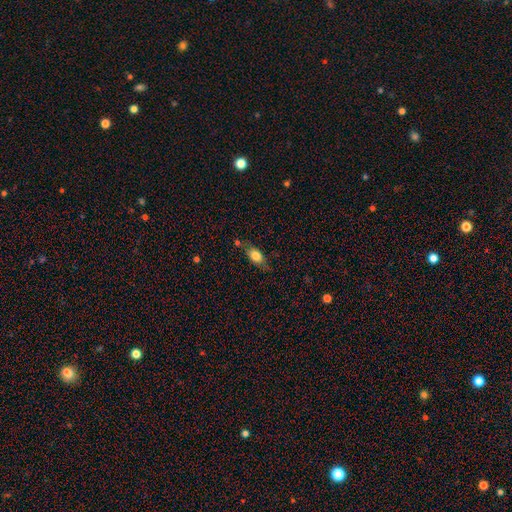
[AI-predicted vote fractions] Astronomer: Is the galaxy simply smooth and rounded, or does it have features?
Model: smooth — 77%.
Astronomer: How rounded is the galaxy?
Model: in between — 78%.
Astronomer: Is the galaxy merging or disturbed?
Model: none — 62%.